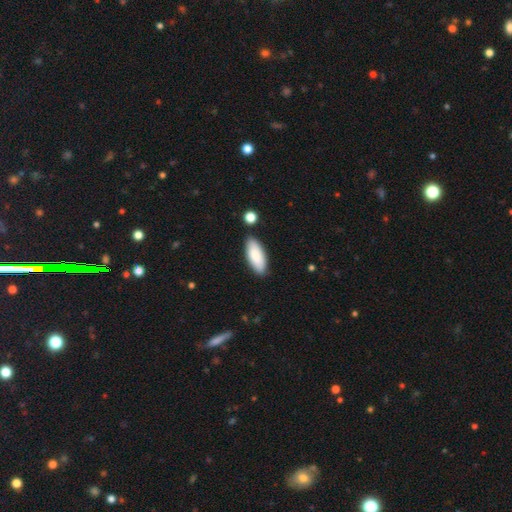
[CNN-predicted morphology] Smooth or featured? smooth (86%)
How rounded? in between (77%)
Merging? none (84%)